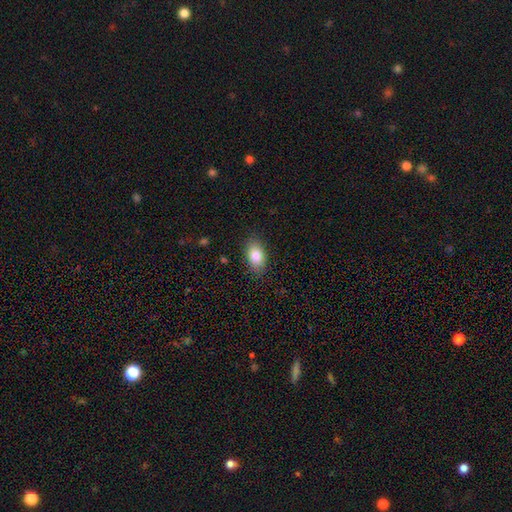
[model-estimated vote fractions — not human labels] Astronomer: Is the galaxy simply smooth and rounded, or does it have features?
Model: smooth — 84%.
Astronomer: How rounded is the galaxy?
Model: in between — 91%.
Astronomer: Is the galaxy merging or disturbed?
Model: none — 86%.